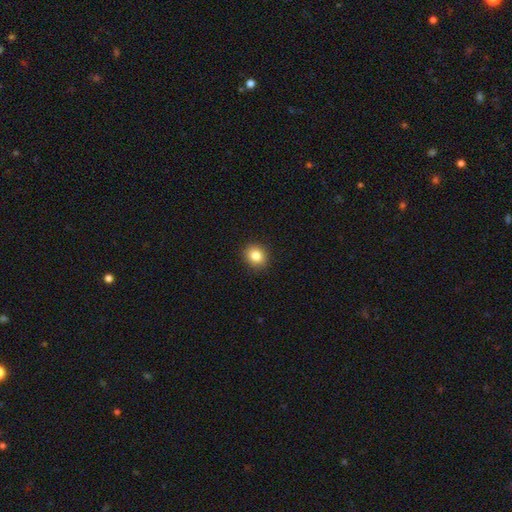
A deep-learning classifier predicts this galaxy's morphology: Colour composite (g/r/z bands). It shows a smooth galaxy with no disk features (84%) that is round (81%). Merging: none (91%).